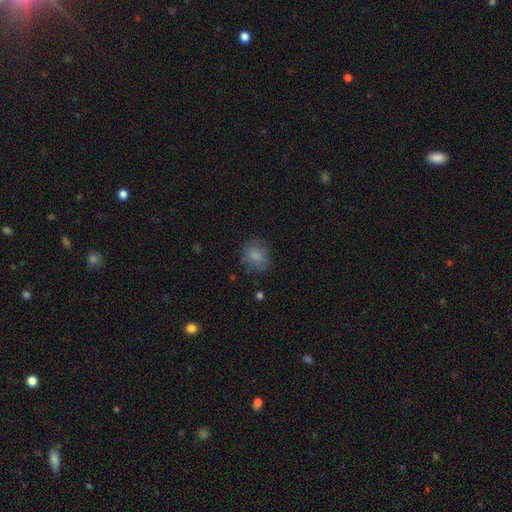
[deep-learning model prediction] Smooth or featured: smooth — 81% (featured or disk — 10%)
How rounded: round — 57% (in between — 42%)
Merging: none — 74% (minor disturbance — 18%)